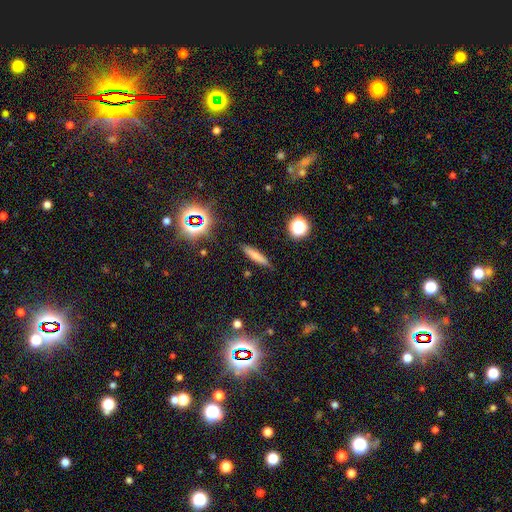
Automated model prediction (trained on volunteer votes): This appears to be a smooth galaxy with no disk features (71%) that is cigar-shaped (84%). Merging: none (86%).